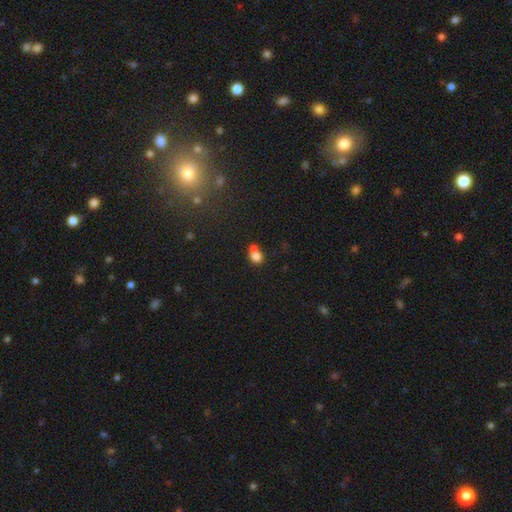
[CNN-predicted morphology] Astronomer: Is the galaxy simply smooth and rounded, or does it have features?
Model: smooth — 78%.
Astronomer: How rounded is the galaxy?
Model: round — 76%.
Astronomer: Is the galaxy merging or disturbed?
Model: merger — 50% (runner-up: none, 39%).